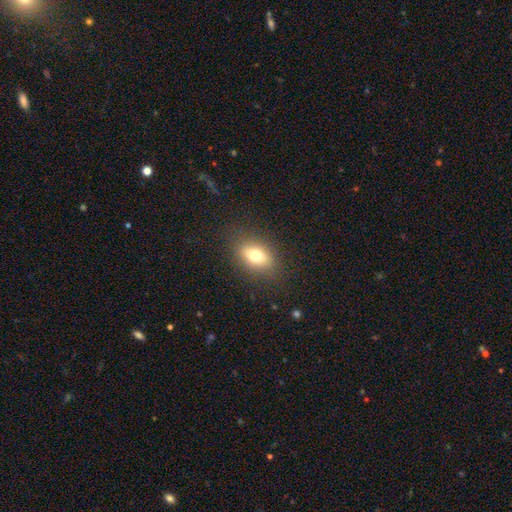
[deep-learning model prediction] Morphology: type=smooth (72%); roundness=in between (76%); merging=none (85%).